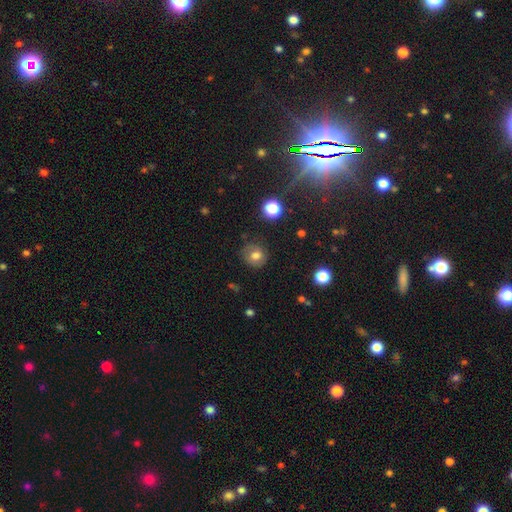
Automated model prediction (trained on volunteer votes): Overall: smooth (73%). How rounded: round (83%). Merging: none (78%).